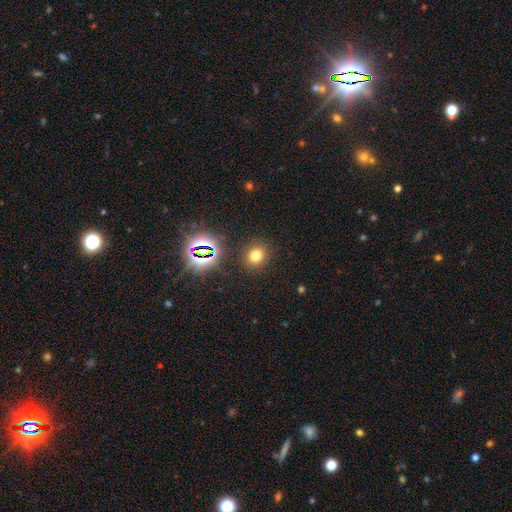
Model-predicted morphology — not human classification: smooth 70%, star or artifact 22%, featured or disk 7%. Down the decision tree: how rounded — round (72%); merging — none (87%).